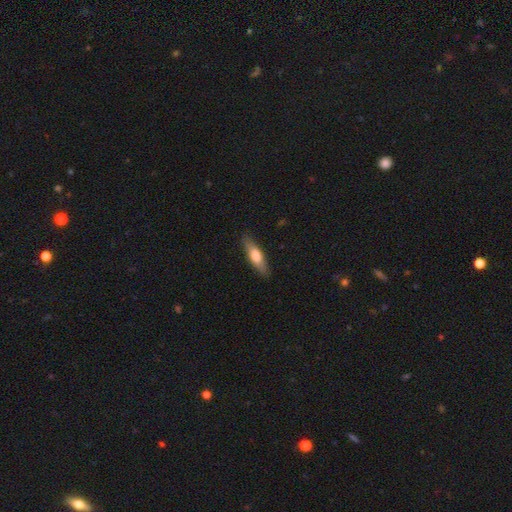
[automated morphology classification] Smooth or featured? smooth (62%)
How rounded? cigar-shaped (63%)
Merging? none (86%)